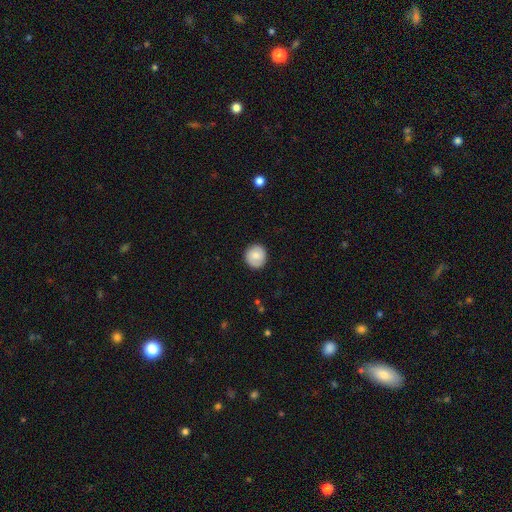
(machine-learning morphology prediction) The model was most divided on "smooth or featured": smooth: 78%, featured or disk: 14%, star or artifact: 7%. More confident: how rounded — round (89%); merging — none (88%).